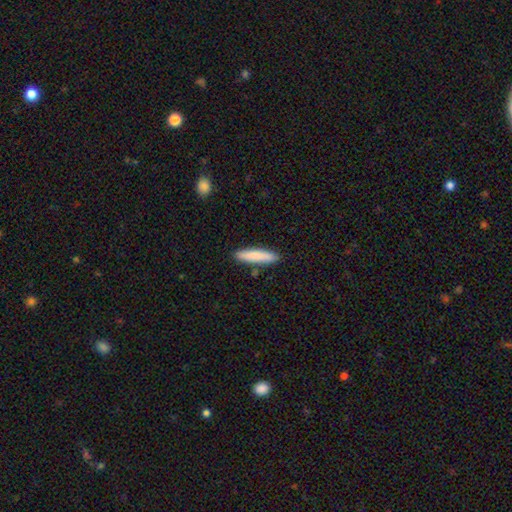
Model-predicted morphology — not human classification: type=smooth (83%); roundness=cigar-shaped (86%); merging=none (88%).